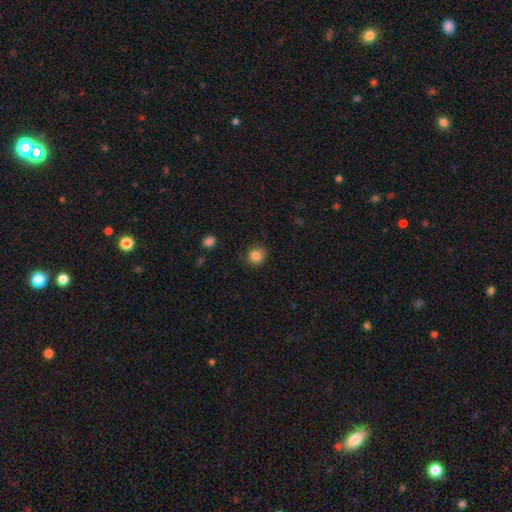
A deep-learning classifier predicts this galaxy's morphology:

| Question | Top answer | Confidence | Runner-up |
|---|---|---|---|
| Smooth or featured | smooth | 84% | star or artifact (11%) |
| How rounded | round | 83% | in between (16%) |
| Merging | none | 79% | minor disturbance (16%) |